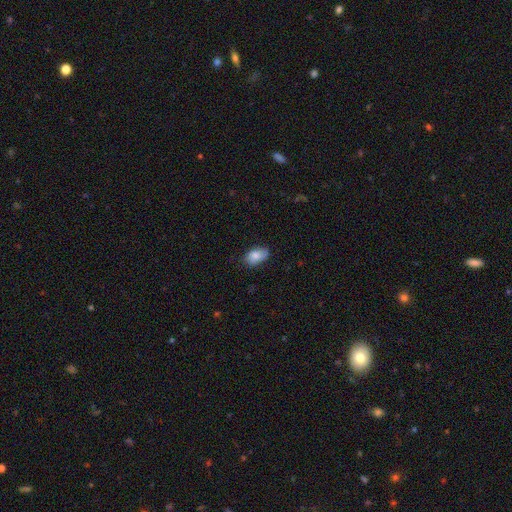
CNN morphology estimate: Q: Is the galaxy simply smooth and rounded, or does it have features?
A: smooth — 81%.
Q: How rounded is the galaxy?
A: in between — 91%.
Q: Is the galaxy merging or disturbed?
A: none — 74%.